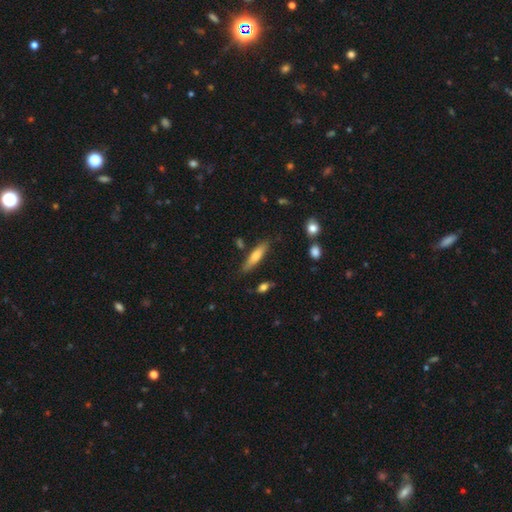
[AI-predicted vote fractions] Smooth or featured: smooth — 68% (featured or disk — 25%)
How rounded: cigar-shaped — 72% (in between — 26%)
Merging: none — 80% (minor disturbance — 14%)